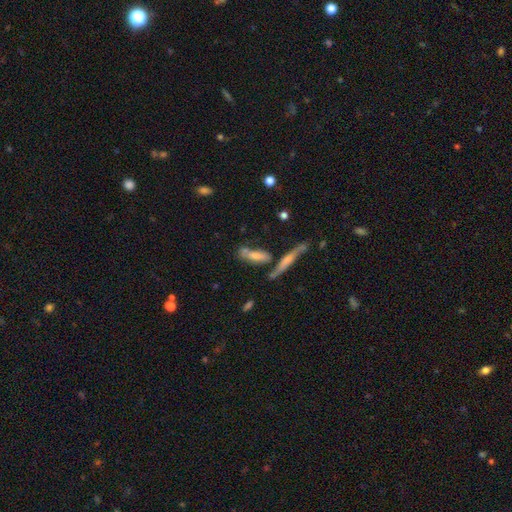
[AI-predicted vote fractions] Q: Smooth or featured?
A: featured or disk (46%); runner-up: smooth (41%)
Q: Merging?
A: none (50%); runner-up: merger (26%)